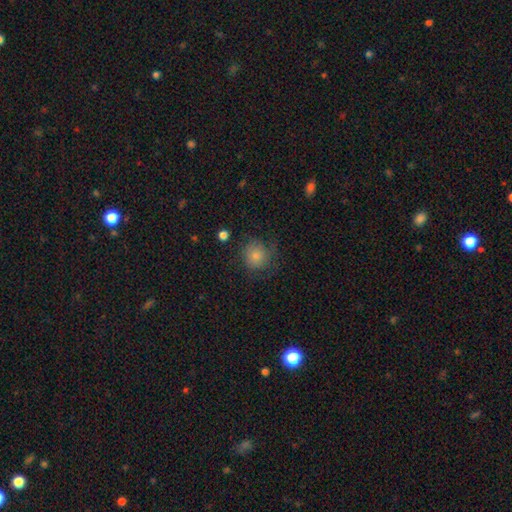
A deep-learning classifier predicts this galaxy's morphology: smooth-or-featured: smooth: 70% | featured or disk: 16% | star or artifact: 14%
  how-rounded: round: 89% | in between: 10% | cigar-shaped: 1%
  merging: none: 69% | minor disturbance: 19% | major disturbance: 11% | merger: 1%